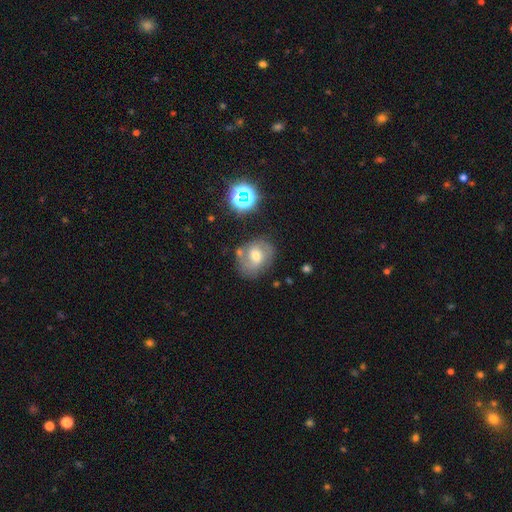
Morphology: type=featured or disk (46%); edge-on=no (100%); bar=weak (50%); spiral arms=yes (72%); winding=medium (54%); arm count=2 (69%); bulge=moderate (67%); merging=none (54%).